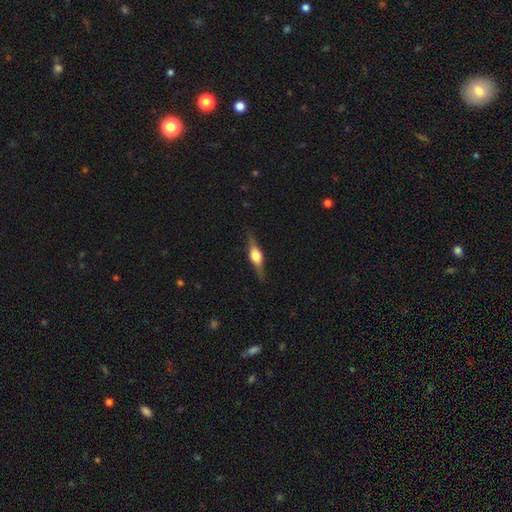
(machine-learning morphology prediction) A featured or disk galaxy (66%) viewed edge-on (96%) with a rounded central bulge (91%).

Vote fractions:
- Smooth or featured? featured or disk: 66% / smooth: 27% / star or artifact: 6%
- Edge-on disk? yes: 96% / no: 4%
- Edge-on bulge? rounded: 91% / boxy: 8% / none: 2%
- Merging? none: 85% / minor disturbance: 11% / major disturbance: 3% / merger: 1%